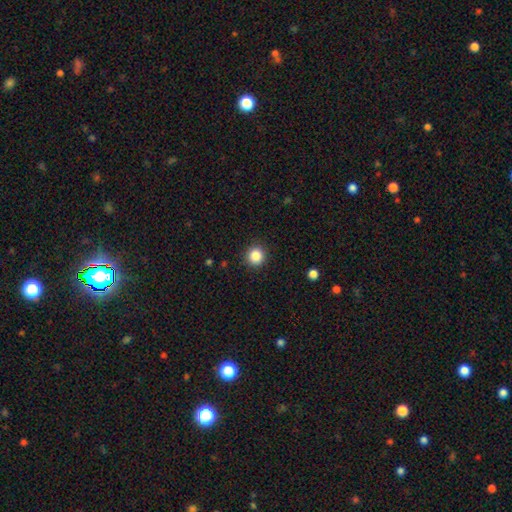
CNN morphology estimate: Smooth or featured? Predicted: smooth (p=0.86). How rounded? Predicted: round (p=0.93). Merging? Predicted: none (p=0.91).